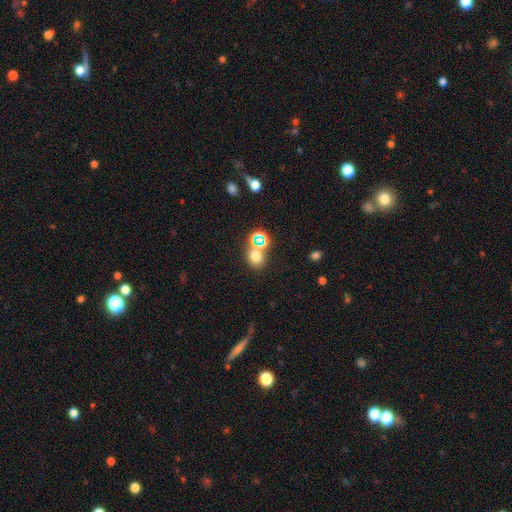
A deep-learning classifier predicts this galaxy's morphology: The model was most divided on "how rounded": round: 66%, in between: 33%, cigar-shaped: 1%. More confident: smooth or featured — smooth (65%); merging — none (64%).